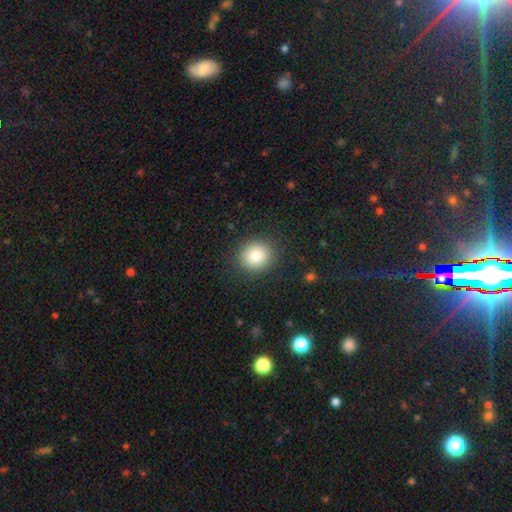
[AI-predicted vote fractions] smooth-or-featured: smooth: 83% | star or artifact: 10% | featured or disk: 7%
  how-rounded: round: 85% | in between: 14% | cigar-shaped: 1%
  merging: none: 89% | minor disturbance: 7% | major disturbance: 3% | merger: 1%